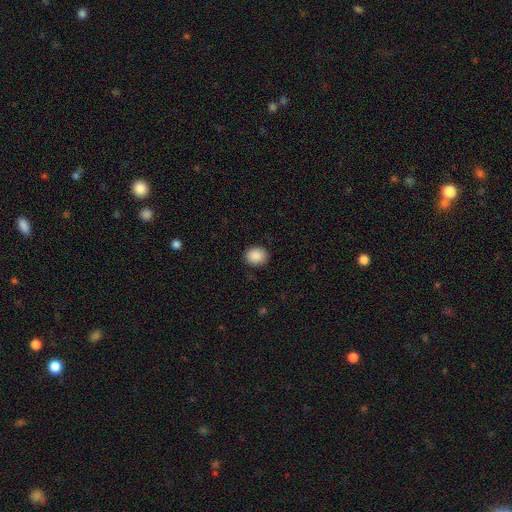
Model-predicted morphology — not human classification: Smooth or featured? smooth (89%)
How rounded? round (66%)
Merging? none (88%)